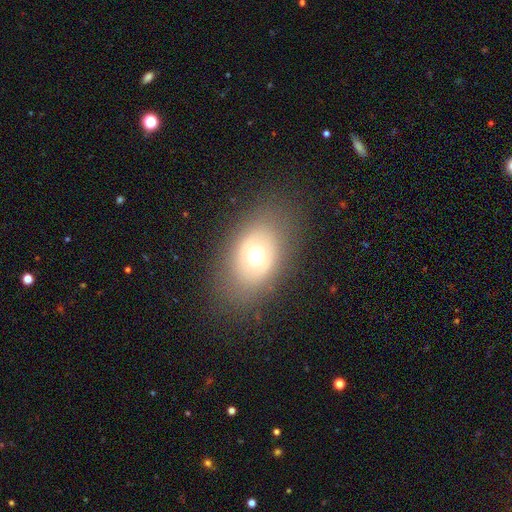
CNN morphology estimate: A smooth galaxy with no disk features (59%) that is in between round and cigar-shaped (76%).

Vote fractions:
- Smooth or featured? smooth: 59% / featured or disk: 28% / star or artifact: 13%
- How rounded? in between: 76% / round: 23% / cigar-shaped: 1%
- Merging? none: 81% / minor disturbance: 11% / major disturbance: 7% / merger: 1%